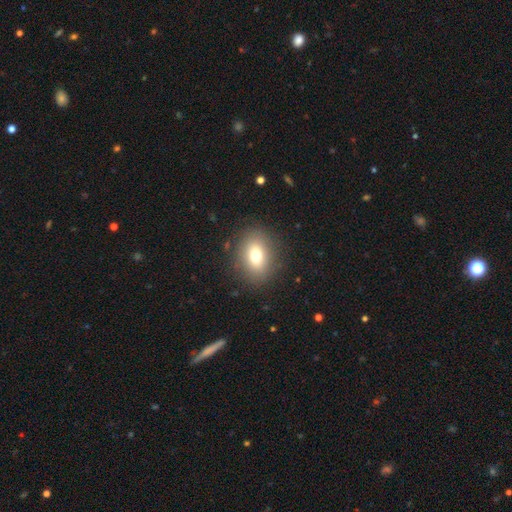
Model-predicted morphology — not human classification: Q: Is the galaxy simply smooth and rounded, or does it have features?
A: smooth — 73%.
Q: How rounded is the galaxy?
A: in between — 59%.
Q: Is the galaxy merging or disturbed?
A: none — 86%.